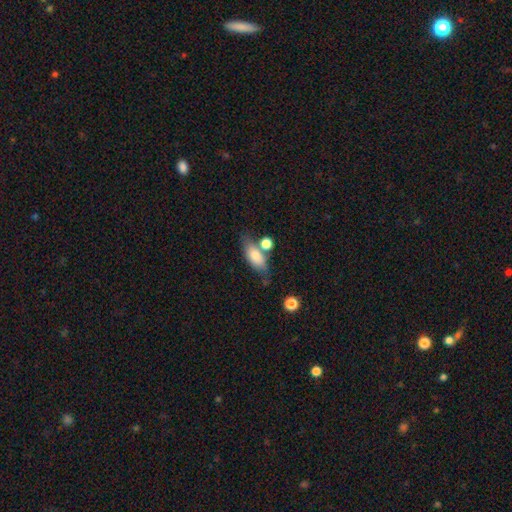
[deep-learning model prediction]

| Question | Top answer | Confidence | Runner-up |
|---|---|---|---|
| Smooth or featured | smooth | 77% | featured or disk (15%) |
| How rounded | in between | 78% | cigar-shaped (16%) |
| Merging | none | 57% | minor disturbance (18%) |